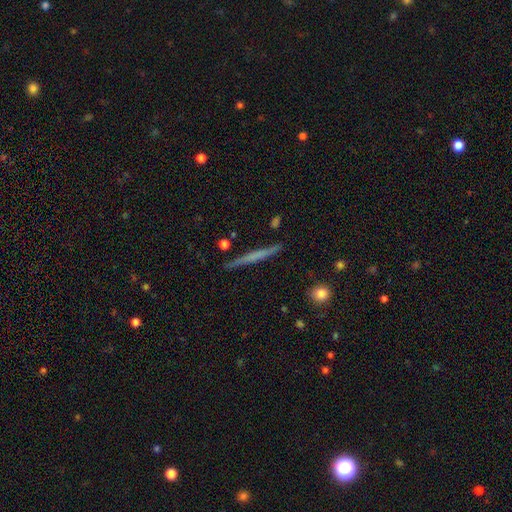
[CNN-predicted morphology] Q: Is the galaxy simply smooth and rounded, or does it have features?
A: featured or disk — 52%.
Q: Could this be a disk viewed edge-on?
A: yes — 97%.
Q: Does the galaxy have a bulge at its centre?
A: none — 80%.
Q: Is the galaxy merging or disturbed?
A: none — 89%.